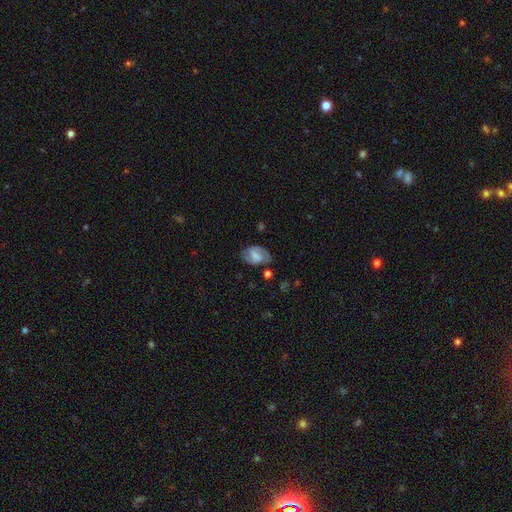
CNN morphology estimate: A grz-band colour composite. It shows a smooth galaxy with no disk features (47%). Merging: none (66%).